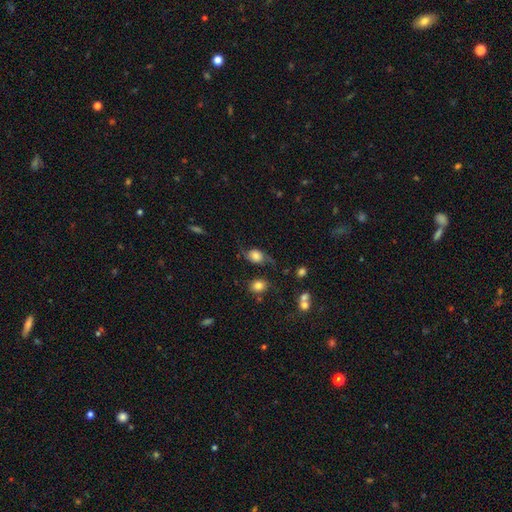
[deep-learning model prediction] Overall: smooth (50%; featured or disk 40%). Merging: none (53%; minor disturbance 26%).